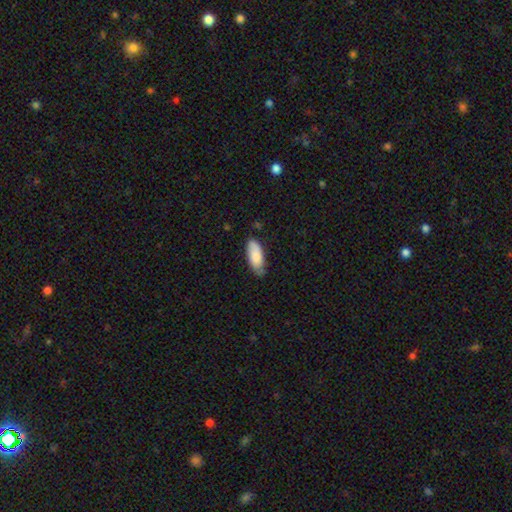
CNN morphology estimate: Smooth or featured? Predicted: smooth (p=0.82). How rounded? Predicted: in between (p=0.81). Merging? Predicted: none (p=0.69).